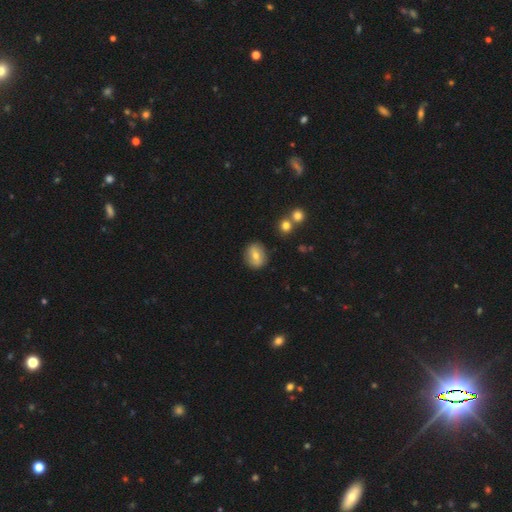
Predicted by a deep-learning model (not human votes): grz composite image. It shows a smooth galaxy with no disk features (60%) that is round (61%). Merging: none (85%).